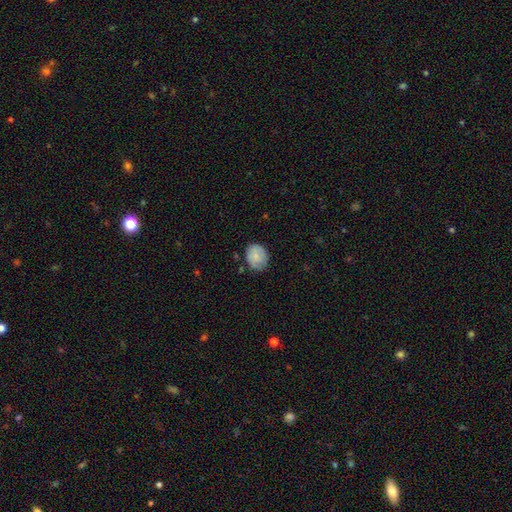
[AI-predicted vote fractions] Smooth or featured: smooth — 71% (featured or disk — 22%)
How rounded: round — 52% (in between — 47%)
Merging: none — 69% (minor disturbance — 24%)